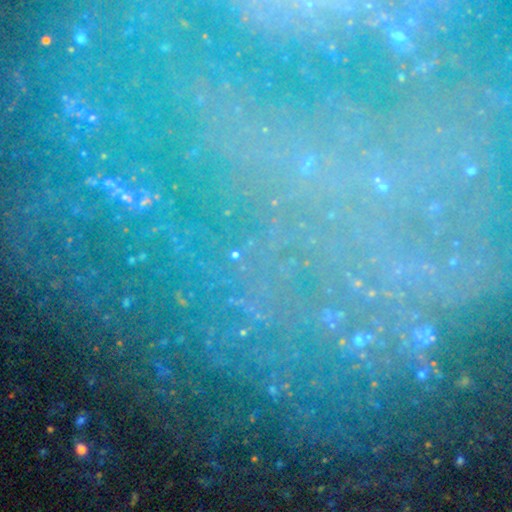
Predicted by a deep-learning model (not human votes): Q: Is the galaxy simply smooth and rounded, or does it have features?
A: star or artifact — 67%.